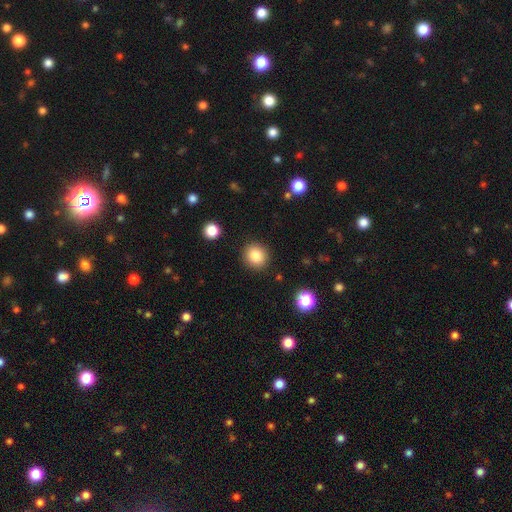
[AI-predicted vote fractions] smooth-or-featured: smooth: 84% | star or artifact: 10% | featured or disk: 6%
  how-rounded: round: 84% | in between: 15% | cigar-shaped: 1%
  merging: none: 89% | minor disturbance: 7% | major disturbance: 2% | merger: 2%